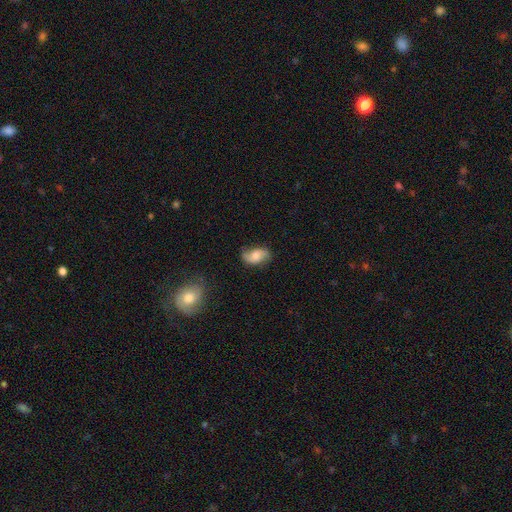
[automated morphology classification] A featured or disk galaxy (59%) with no bar (61%), 2 (89%) loose (62%) spiral arms (92%) and a moderate central bulge (46%).

Vote fractions:
- Smooth or featured? featured or disk: 59% / smooth: 32% / star or artifact: 8%
- Edge-on disk? no: 96% / yes: 4%
- Bar? no: 61% / weak: 33% / strong: 7%
- Spiral arms? yes: 92% / no: 8%
- Spiral winding? loose: 62% / medium: 29% / tight: 9%
- Spiral arm count? 2: 89% / can't tell: 4% / 1: 3% / 3: 1% / 4: 1% / more than 4: 1%
- Bulge size? moderate: 46% / small: 24% / large: 17% / none: 11% / dominant: 3%
- Merging? none: 73% / minor disturbance: 19% / major disturbance: 6% / merger: 2%